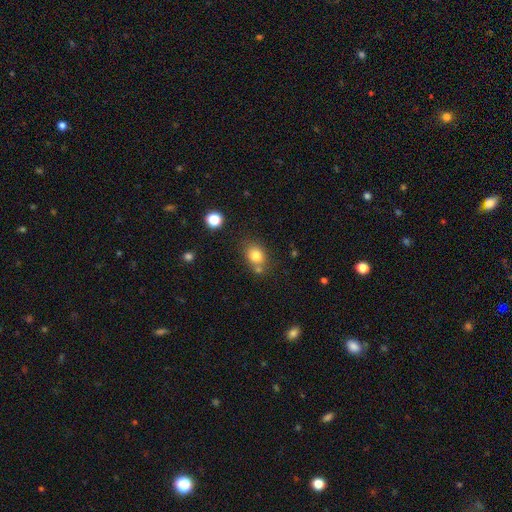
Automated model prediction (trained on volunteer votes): smooth 79%, star or artifact 12%, featured or disk 9%. Down the decision tree: how rounded — round (55%); merging — none (65%).